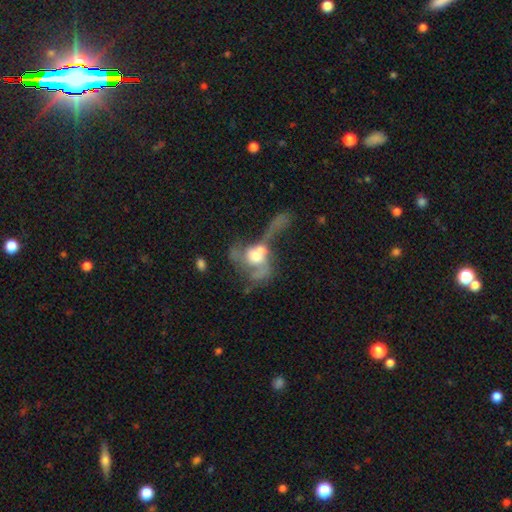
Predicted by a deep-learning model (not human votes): Q: Smooth or featured?
A: featured or disk (63%); runner-up: smooth (29%)
Q: Edge-on disk?
A: no (95%); runner-up: yes (5%)
Q: Bar?
A: no (76%); runner-up: weak (20%)
Q: Spiral arms?
A: yes (59%); runner-up: no (41%)
Q: Bulge size?
A: moderate (51%); runner-up: large (32%)
Q: Merging?
A: merger (41%); tied with: major disturbance (41%)